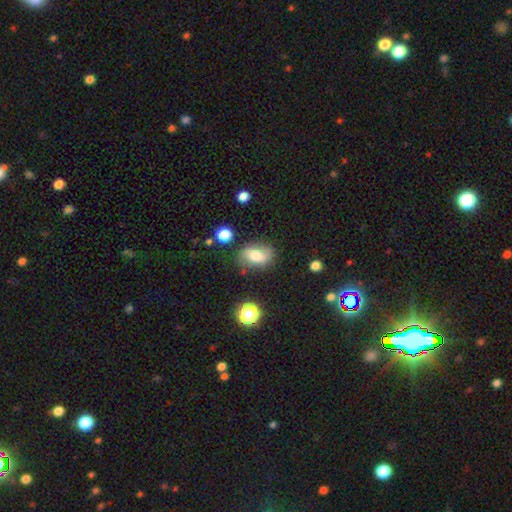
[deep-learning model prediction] Morphology: type=smooth (55%); roundness=in between (80%); merging=none (71%).